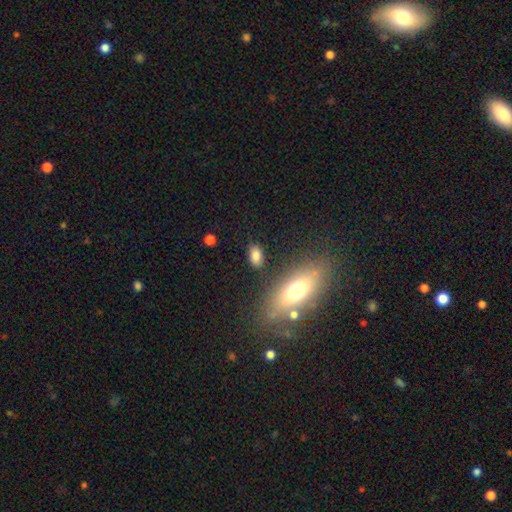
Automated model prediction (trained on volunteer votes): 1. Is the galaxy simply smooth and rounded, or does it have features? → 82% smooth, 10% star or artifact, 8% featured or disk.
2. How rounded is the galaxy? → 87% in between, 9% round, 4% cigar-shaped.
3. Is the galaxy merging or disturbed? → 81% none, 11% minor disturbance, 4% merger, 4% major disturbance.